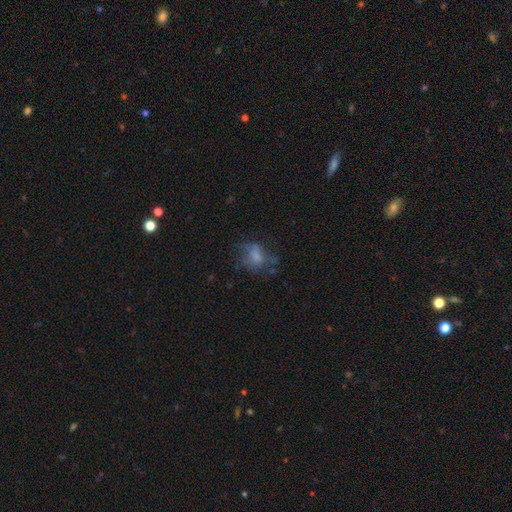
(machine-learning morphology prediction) The model was most divided on "merging": none: 42%, major disturbance: 31%, minor disturbance: 22%, merger: 5%. More confident: how rounded — in between (56%); smooth or featured — smooth (51%).